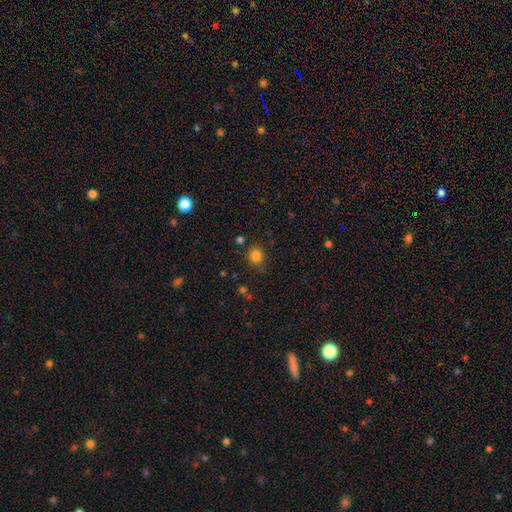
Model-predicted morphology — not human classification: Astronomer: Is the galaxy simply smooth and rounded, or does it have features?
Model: smooth — 83%.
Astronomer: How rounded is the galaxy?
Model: round — 78%.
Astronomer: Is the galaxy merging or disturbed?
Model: none — 79%.